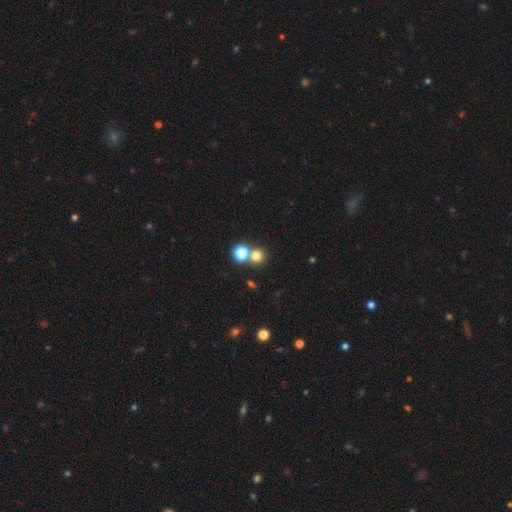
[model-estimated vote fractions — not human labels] smooth-or-featured: smooth: 74% | star or artifact: 18% | featured or disk: 8%
  how-rounded: round: 90% | in between: 9% | cigar-shaped: 1%
  merging: none: 61% | merger: 30% | minor disturbance: 6% | major disturbance: 3%